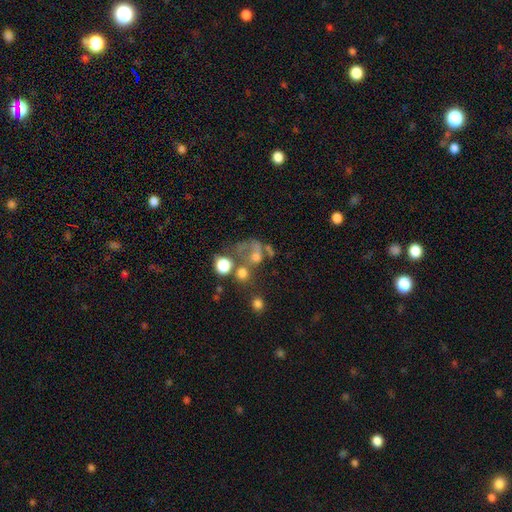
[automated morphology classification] Overall: smooth (51%; featured or disk 29%). How rounded: round (68%; in between 30%). Merging: merger (35%; none 28%).